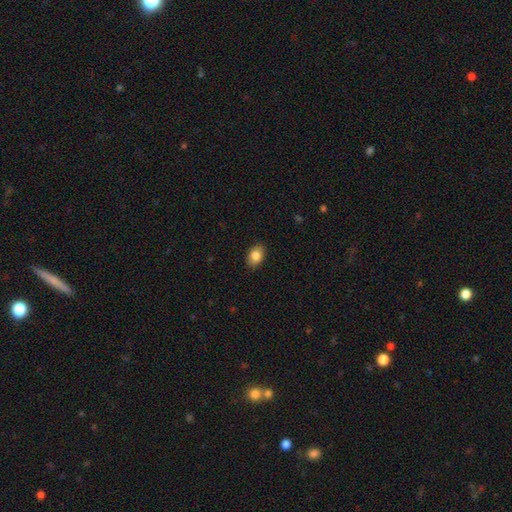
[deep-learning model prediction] Q: Smooth or featured?
A: smooth (84%); runner-up: featured or disk (8%)
Q: How rounded?
A: in between (83%); runner-up: round (16%)
Q: Merging?
A: none (88%); runner-up: minor disturbance (9%)